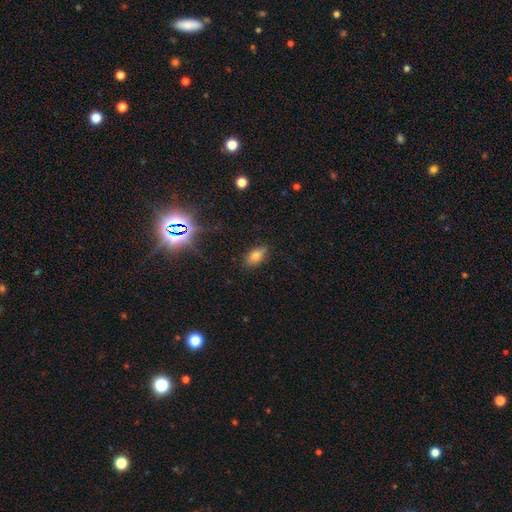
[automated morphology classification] smooth 73%, star or artifact 14%, featured or disk 13%. Down the decision tree: how rounded — in between (86%); merging — none (81%).